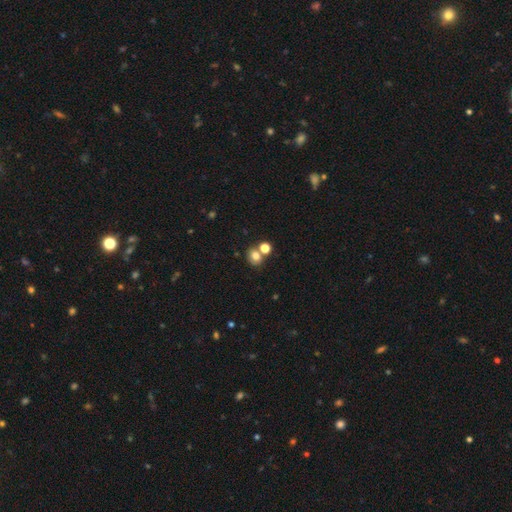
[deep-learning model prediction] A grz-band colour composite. It shows a smooth galaxy with no disk features (75%) that is round (63%). Merging: none (55%).